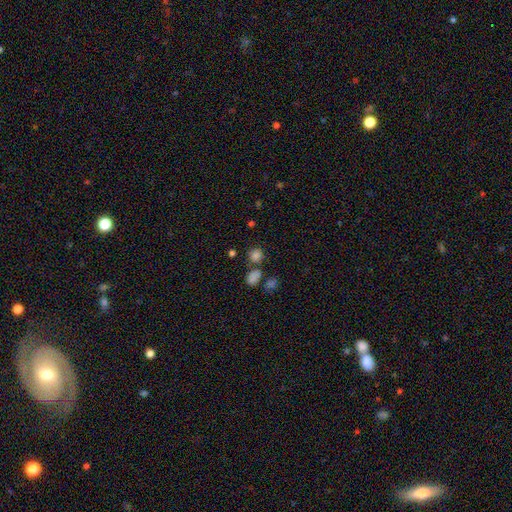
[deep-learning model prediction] The model was most divided on "merging": none: 61%, merger: 22%, minor disturbance: 12%, major disturbance: 5%. More confident: smooth or featured — smooth (78%); how rounded — round (76%).